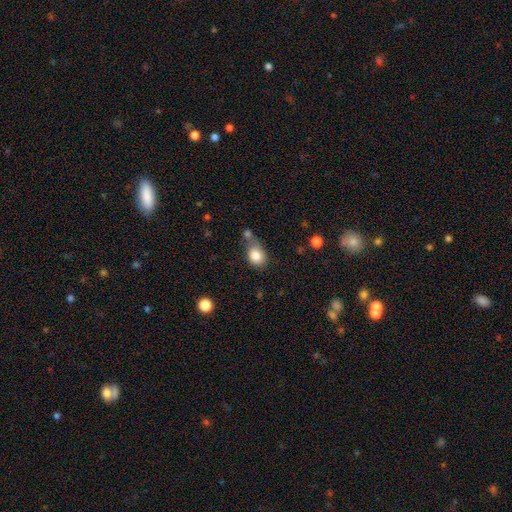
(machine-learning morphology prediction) Overall: smooth (82%). How rounded: in between (60%; round 38%). Merging: none (42%; merger 27%).